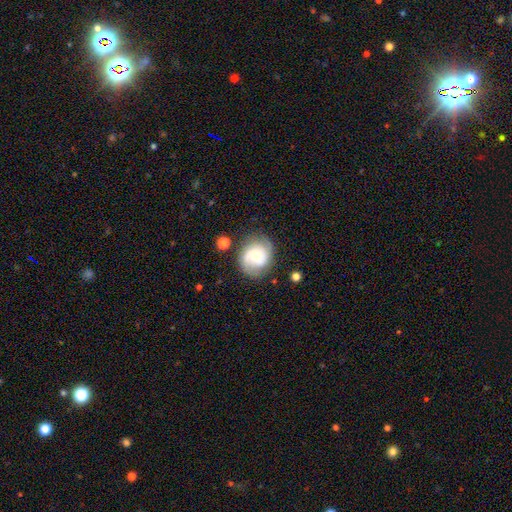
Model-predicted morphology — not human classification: smooth_or_featured: featured or disk (p=0.69) [alt: smooth p=0.24]
disk_edge_on: no (p=0.98) [alt: yes p=0.02]
bar: no (p=0.61) [alt: weak p=0.32]
has_spiral_arms: yes (p=0.93) [alt: no p=0.07]
spiral_winding: medium (p=0.45) [alt: tight p=0.40]
spiral_arm_count: 2 (p=0.78) [alt: can't tell p=0.10]
bulge_size: small (p=0.51) [alt: moderate p=0.39]
merging: none (p=0.76) [alt: minor disturbance p=0.16]